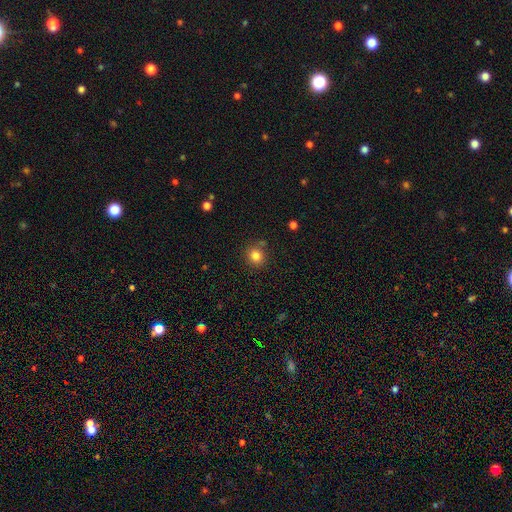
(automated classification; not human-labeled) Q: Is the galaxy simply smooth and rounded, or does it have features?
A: smooth — 83%.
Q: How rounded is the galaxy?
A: round — 84%.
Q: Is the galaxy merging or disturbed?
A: none — 81%.